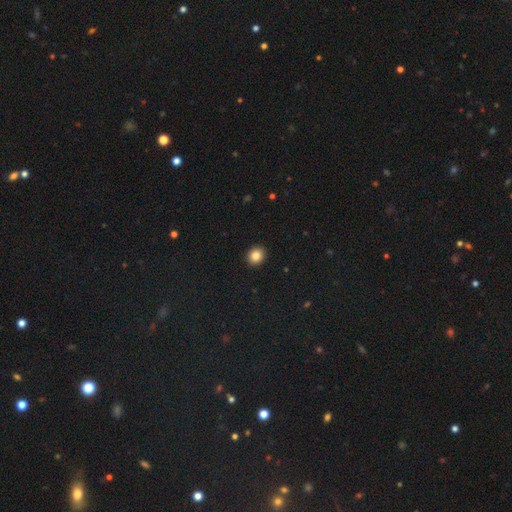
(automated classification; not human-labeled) A smooth galaxy with no disk features (85%) that is round (81%). Merging: none (93%).